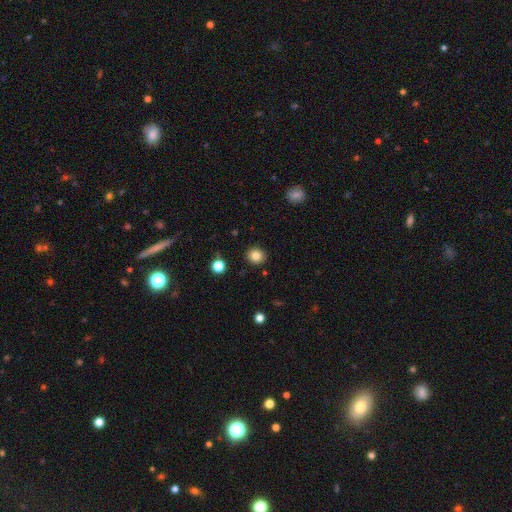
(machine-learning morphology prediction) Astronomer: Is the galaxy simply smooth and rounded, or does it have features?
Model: smooth — 82%.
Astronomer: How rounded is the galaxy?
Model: round — 86%.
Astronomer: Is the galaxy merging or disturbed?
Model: none — 90%.